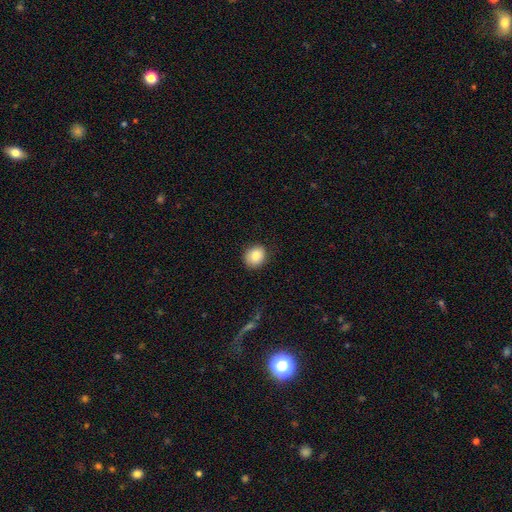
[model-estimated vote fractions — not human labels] A smooth galaxy with no disk features (86%) that is round (73%).

Vote fractions:
- Smooth or featured? smooth: 86% / star or artifact: 8% / featured or disk: 5%
- How rounded? round: 73% / in between: 26% / cigar-shaped: 1%
- Merging? none: 84% / minor disturbance: 13% / major disturbance: 3% / merger: 1%